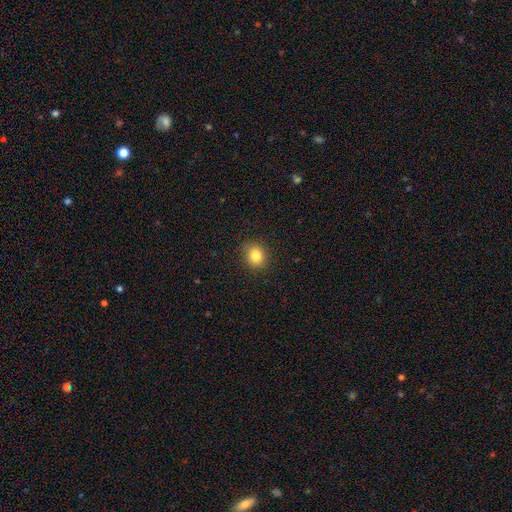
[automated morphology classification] smooth-or-featured: smooth: 82% | star or artifact: 11% | featured or disk: 7%
  how-rounded: round: 69% | in between: 30% | cigar-shaped: 1%
  merging: none: 88% | minor disturbance: 8% | major disturbance: 2% | merger: 1%